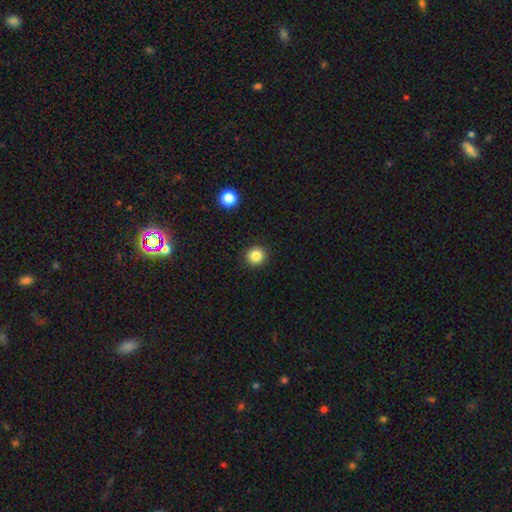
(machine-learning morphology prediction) The model was most divided on "smooth or featured": smooth: 85%, star or artifact: 11%, featured or disk: 4%. More confident: how rounded — round (93%); merging — none (92%).